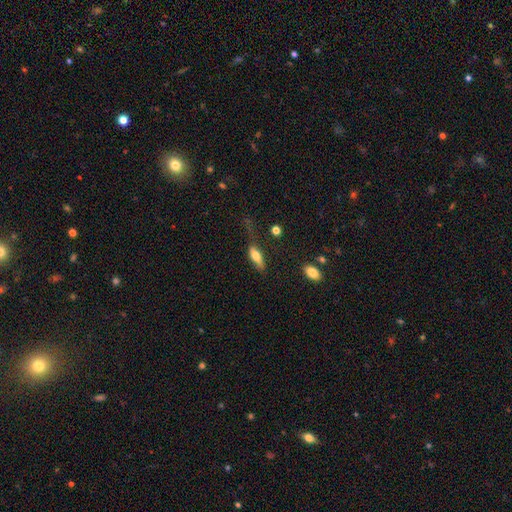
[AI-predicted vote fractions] This appears to be a smooth galaxy with no disk features (66%) that is in between round and cigar-shaped (63%). Merging: none (50%).